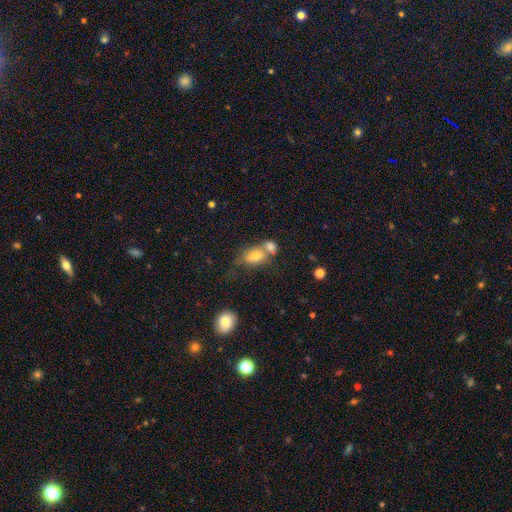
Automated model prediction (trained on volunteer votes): A smooth galaxy with no disk features (76%) that is in between round and cigar-shaped (80%). Merging: merger (51%).